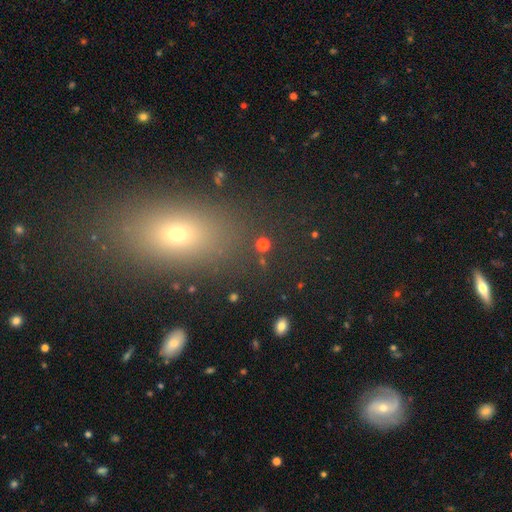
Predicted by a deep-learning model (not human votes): This appears to be a smooth galaxy with no disk features (61%) that is in between round and cigar-shaped (73%). Merging: none (83%).